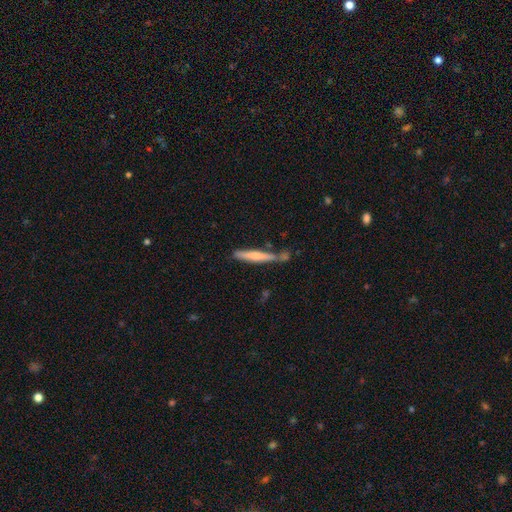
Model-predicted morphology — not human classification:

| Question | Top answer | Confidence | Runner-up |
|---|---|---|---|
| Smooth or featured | smooth | 59% | featured or disk (35%) |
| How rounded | cigar-shaped | 93% | in between (5%) |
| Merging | none | 64% | minor disturbance (17%) |